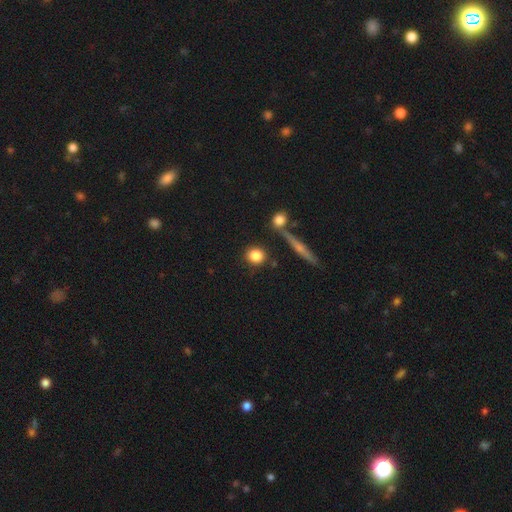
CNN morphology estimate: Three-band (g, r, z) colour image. It shows a smooth galaxy with no disk features (83%) that is round (82%). Merging: none (82%).